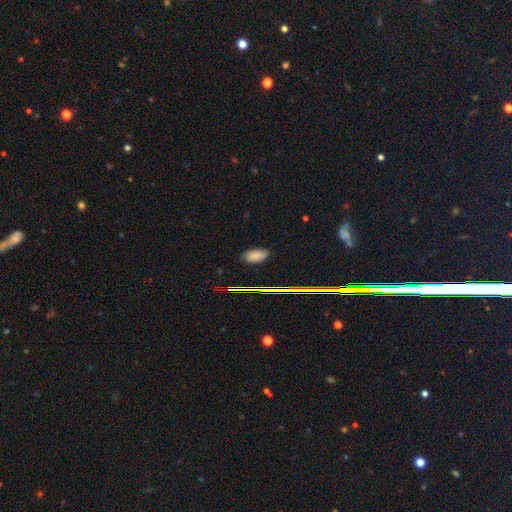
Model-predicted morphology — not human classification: This appears to be a smooth galaxy with no disk features (73%) that is in between round and cigar-shaped (93%). Merging: none (79%).